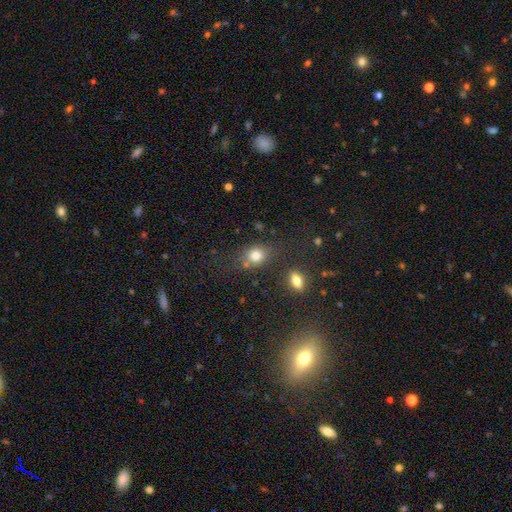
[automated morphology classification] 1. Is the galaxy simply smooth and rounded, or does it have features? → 78% smooth, 13% star or artifact, 9% featured or disk.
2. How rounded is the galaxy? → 56% round, 42% in between, 2% cigar-shaped.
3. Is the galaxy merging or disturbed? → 68% none, 15% minor disturbance, 11% merger, 7% major disturbance.